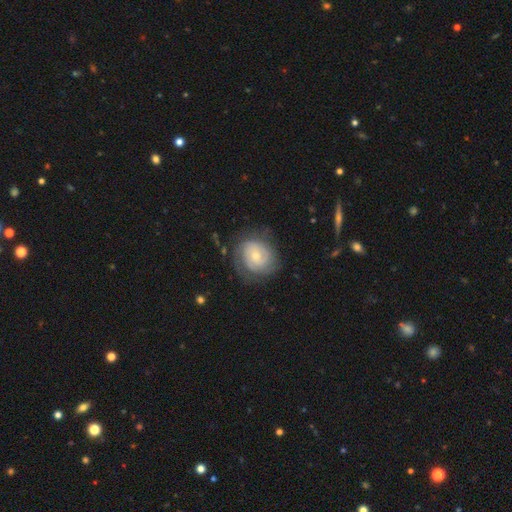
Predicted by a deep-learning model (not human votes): Morphology: type=featured or disk (71%); edge-on=no (98%); bar=no (68%); spiral arms=yes (90%); winding=tight (67%); arm count=2 (42%); bulge=small (60%); merging=none (70%).